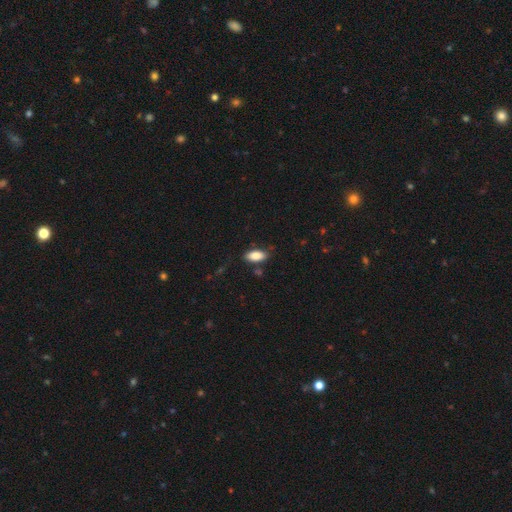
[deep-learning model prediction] This appears to be a smooth galaxy with no disk features (86%) that is in between round and cigar-shaped (89%). Merging: none (82%).